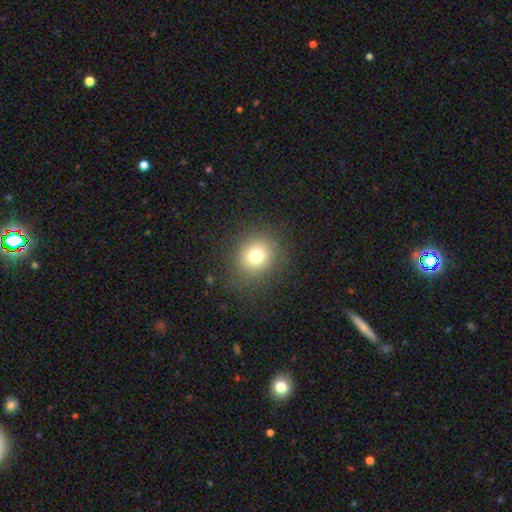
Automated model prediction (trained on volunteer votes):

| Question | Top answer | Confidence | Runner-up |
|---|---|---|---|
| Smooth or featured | smooth | 75% | star or artifact (15%) |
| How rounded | round | 85% | in between (14%) |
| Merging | none | 87% | minor disturbance (8%) |